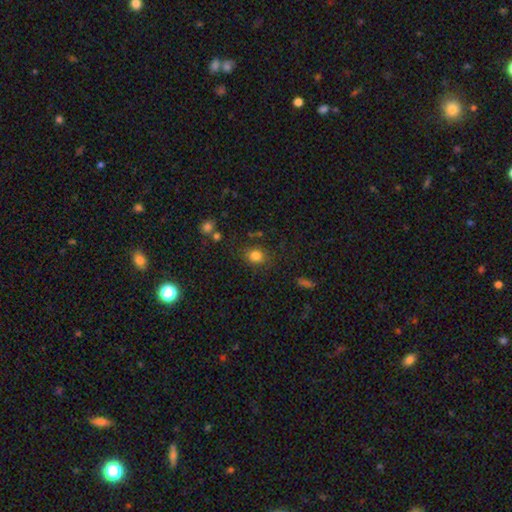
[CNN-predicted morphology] Q: Smooth or featured?
A: smooth (82%); runner-up: star or artifact (12%)
Q: How rounded?
A: round (62%); runner-up: in between (37%)
Q: Merging?
A: none (78%); runner-up: minor disturbance (14%)